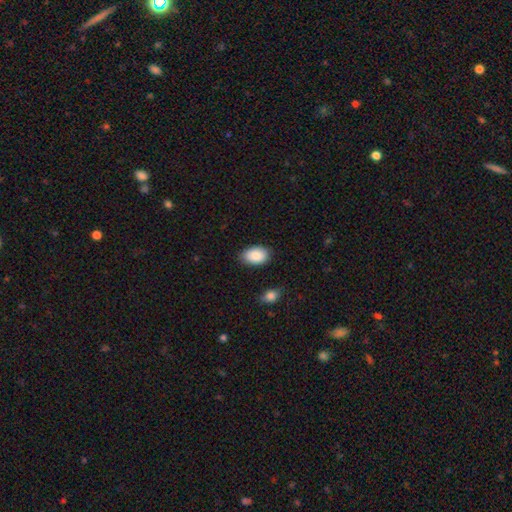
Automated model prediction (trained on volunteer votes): This is clearly a smooth galaxy (88%). How rounded: clearly in between (90%). Merging: clearly none (82%).